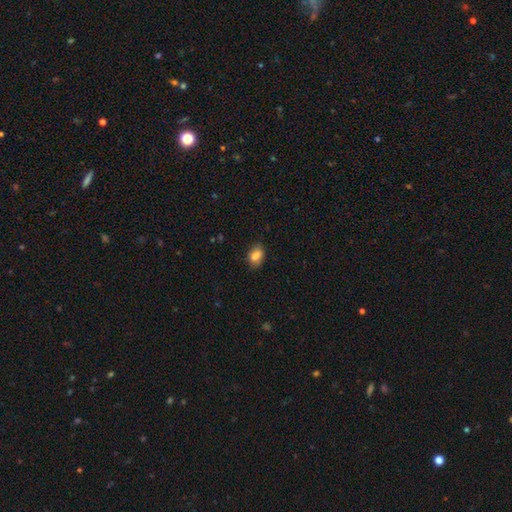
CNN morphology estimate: This is clearly a smooth galaxy (84%). How rounded: likely in between (80%). Merging: clearly none (81%).